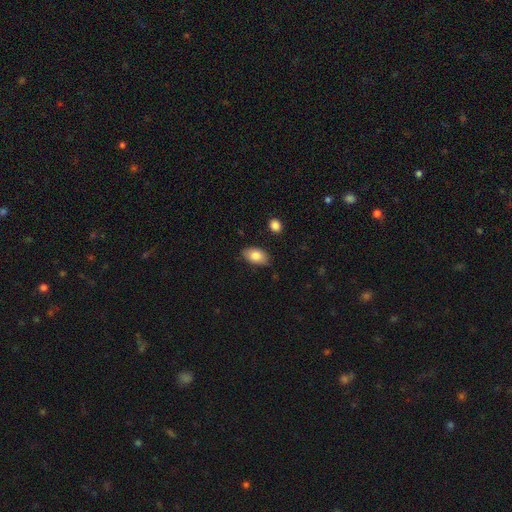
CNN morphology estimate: This appears to be a smooth galaxy with no disk features (83%) that is in between round and cigar-shaped (91%). Merging: none (81%).